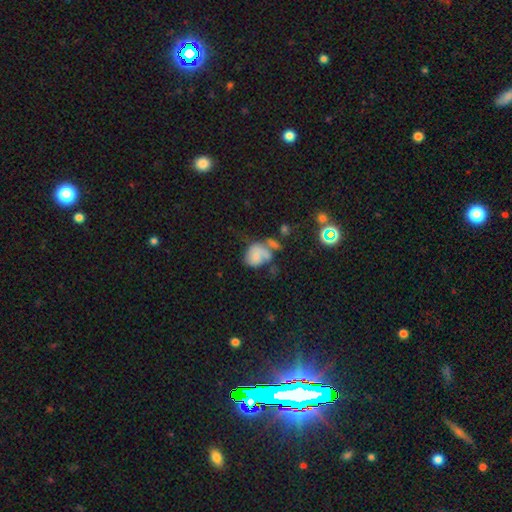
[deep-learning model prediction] Smooth or featured? Predicted: smooth (p=0.61). How rounded? Predicted: in between (p=0.55). Merging? Predicted: merger (p=0.33).